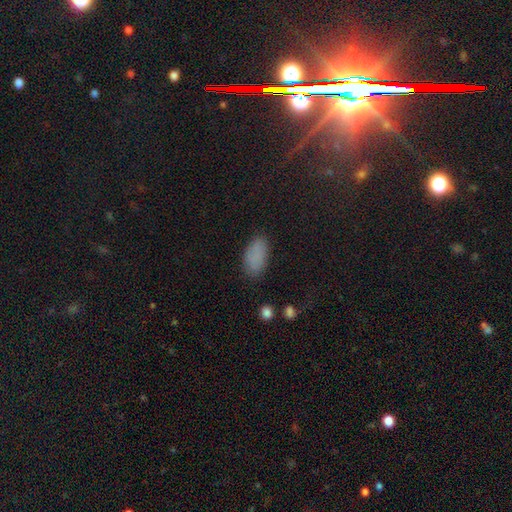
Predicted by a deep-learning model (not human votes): A smooth galaxy with no disk features (84%) that is in between round and cigar-shaped (93%). Merging: none (81%).